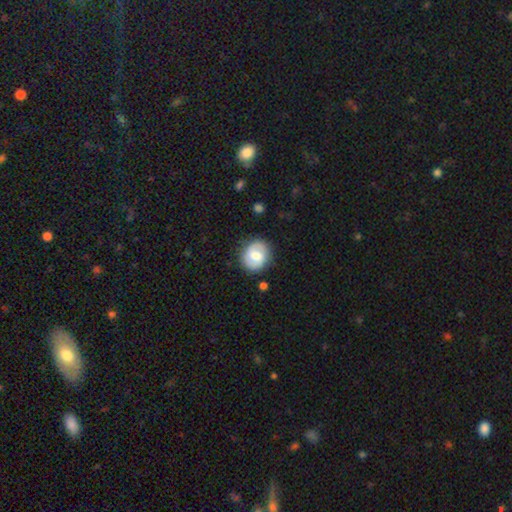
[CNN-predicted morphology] A smooth galaxy with no disk features (49%). Merging: none (83%).